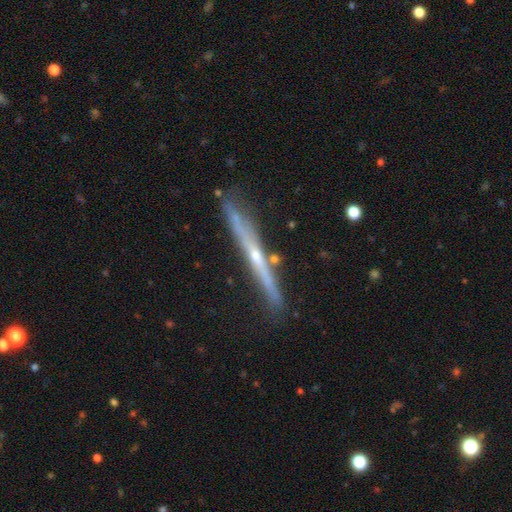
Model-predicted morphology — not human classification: The model was most divided on "edge-on bulge": rounded: 64%, none: 32%, boxy: 3%. More confident: edge-on disk — yes (97%); merging — none (83%); smooth or featured — featured or disk (77%).